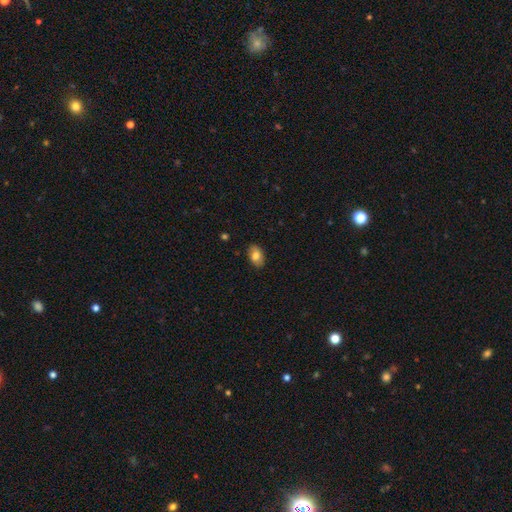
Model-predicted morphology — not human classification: The model was most divided on "smooth or featured": smooth: 81%, featured or disk: 11%, star or artifact: 7%. More confident: how rounded — in between (90%); merging — none (87%).